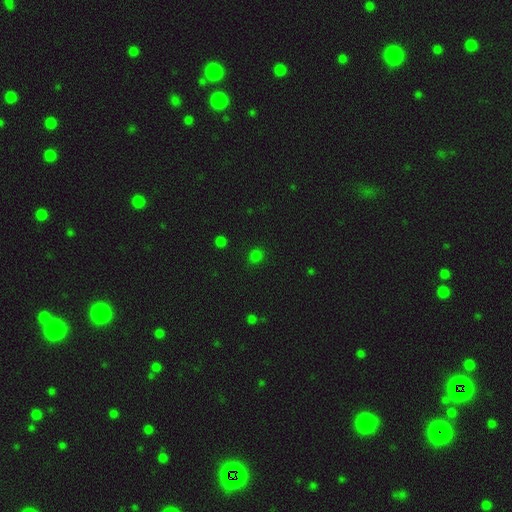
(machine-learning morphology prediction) A smooth galaxy with no disk features (76%) that is round (79%). Merging: none (88%).